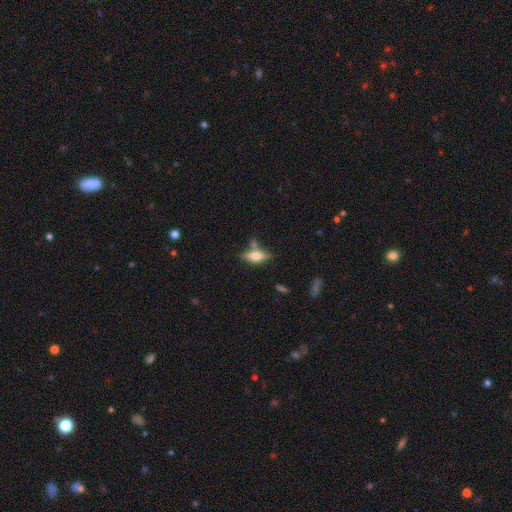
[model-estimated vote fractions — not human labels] A smooth galaxy with no disk features (55%) that is in between round and cigar-shaped (68%). Merging: none (65%).